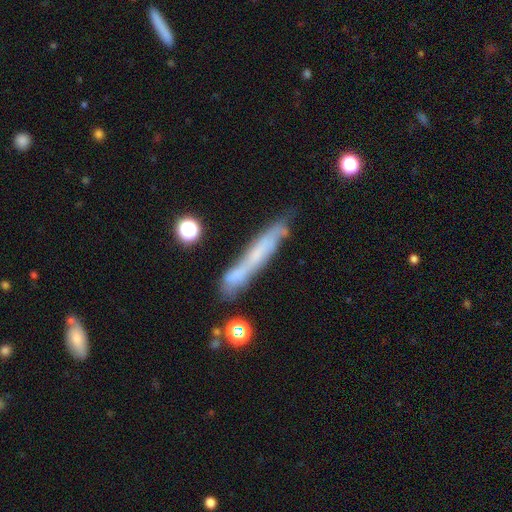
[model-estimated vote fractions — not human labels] Smooth or featured: featured or disk — 52% (smooth — 40%)
Edge-on disk: yes — 74% (no — 26%)
Merging: none — 66% (minor disturbance — 20%)